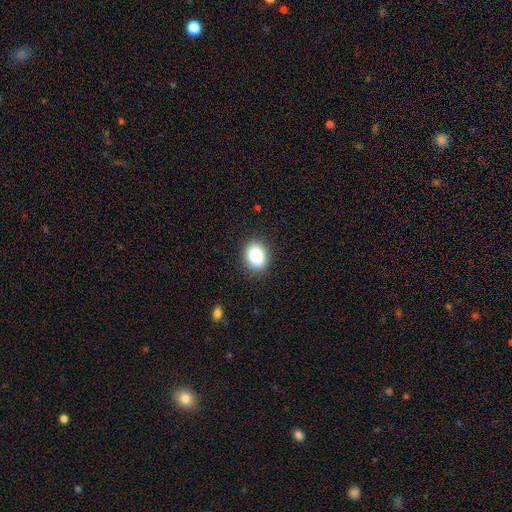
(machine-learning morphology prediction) Overall: smooth (85%). How rounded: in between (57%; round 42%). Merging: none (89%).